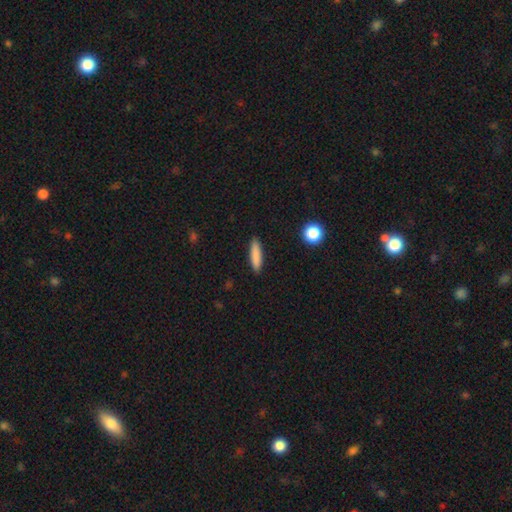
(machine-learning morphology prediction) Smooth or featured: smooth — 85% (featured or disk — 8%)
How rounded: cigar-shaped — 76% (in between — 22%)
Merging: none — 89% (minor disturbance — 8%)